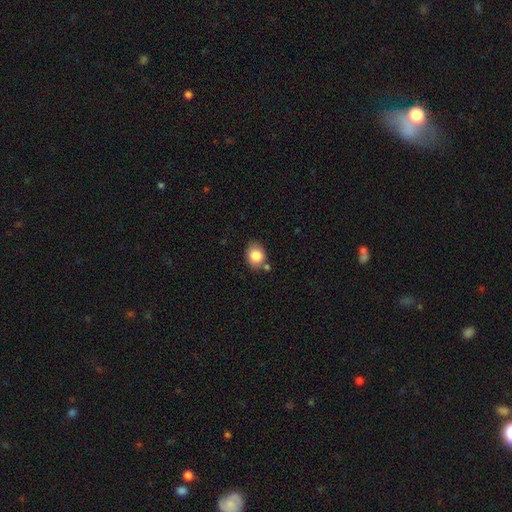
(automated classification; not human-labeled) A smooth galaxy with no disk features (84%) that is in between round and cigar-shaped (54%).

Vote fractions:
- Smooth or featured? smooth: 84% / star or artifact: 9% / featured or disk: 7%
- How rounded? in between: 54% / round: 45% / cigar-shaped: 1%
- Merging? none: 71% / minor disturbance: 15% / merger: 9% / major disturbance: 4%